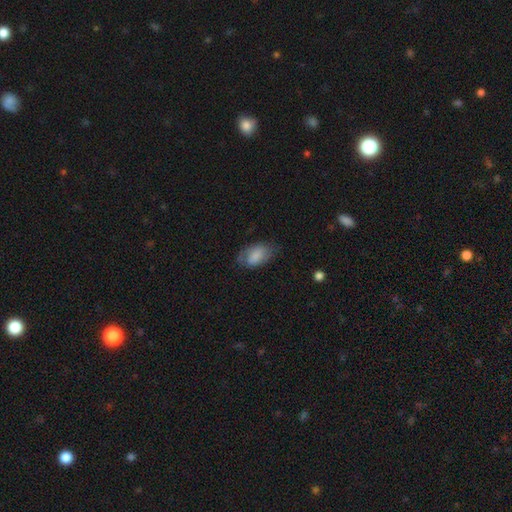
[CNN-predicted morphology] smooth 75%, featured or disk 18%, star or artifact 7%. Down the decision tree: how rounded — in between (92%); merging — none (60%).